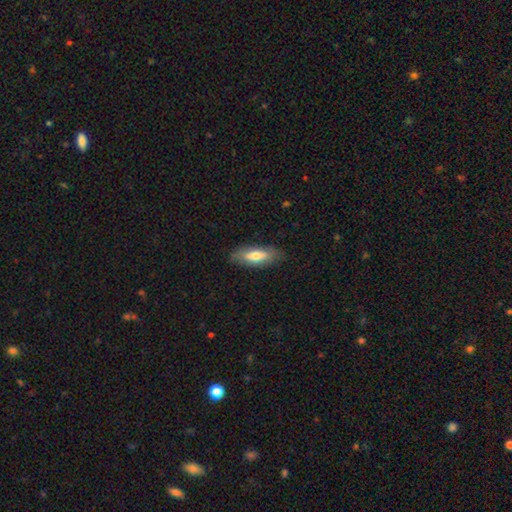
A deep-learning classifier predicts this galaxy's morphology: smooth_or_featured: smooth (p=0.65) [alt: featured or disk p=0.30]
how_rounded: in between (p=0.67) [alt: cigar-shaped p=0.31]
merging: none (p=0.81) [alt: minor disturbance p=0.15]